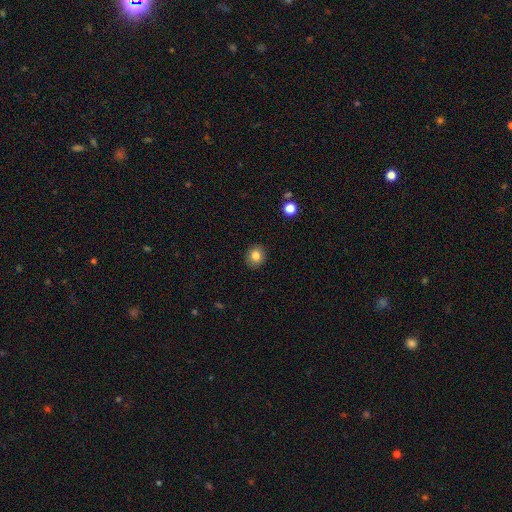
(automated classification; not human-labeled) smooth 82%, star or artifact 10%, featured or disk 7%. Down the decision tree: how rounded — round (77%); merging — none (91%).